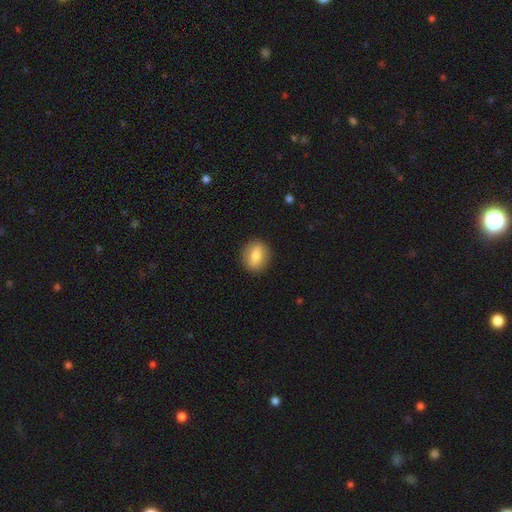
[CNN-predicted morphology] Smooth or featured: smooth — 80% (featured or disk — 13%)
How rounded: round — 49% (tied with in between — 49%)
Merging: none — 89% (minor disturbance — 8%)